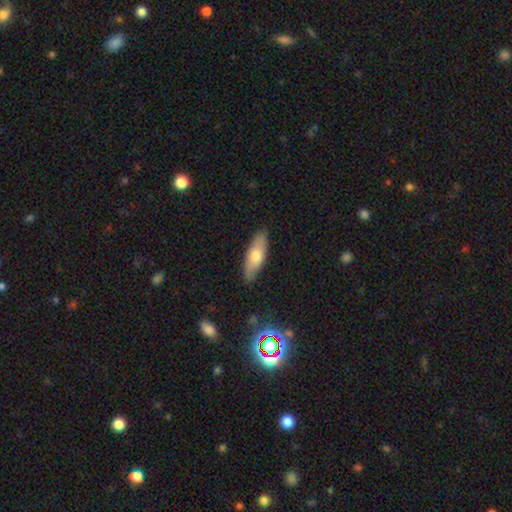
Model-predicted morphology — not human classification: smooth 65%, featured or disk 28%, star or artifact 7%. Down the decision tree: how rounded — in between (59%); merging — none (86%).